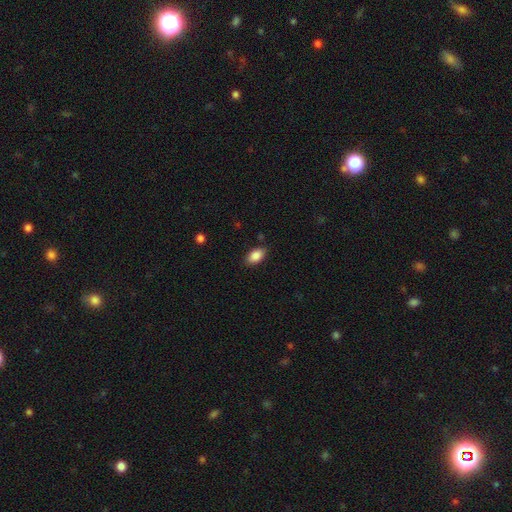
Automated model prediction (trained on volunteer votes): Smooth or featured: smooth — 88% (star or artifact — 7%)
How rounded: in between — 92% (round — 6%)
Merging: none — 85% (minor disturbance — 11%)